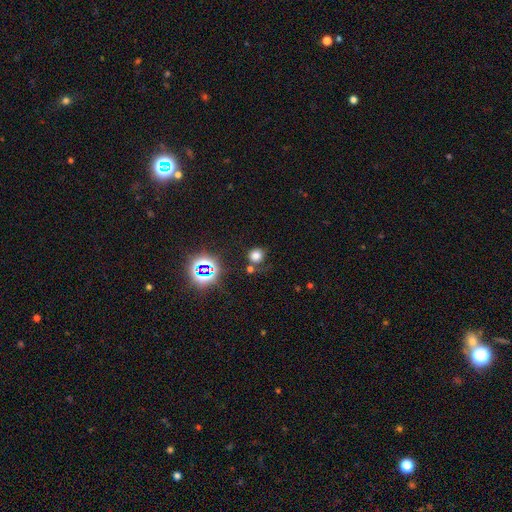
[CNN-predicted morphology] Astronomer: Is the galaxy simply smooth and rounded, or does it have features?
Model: smooth — 69%.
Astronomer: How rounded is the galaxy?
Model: round — 88%.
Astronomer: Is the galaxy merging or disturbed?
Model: none — 70%.